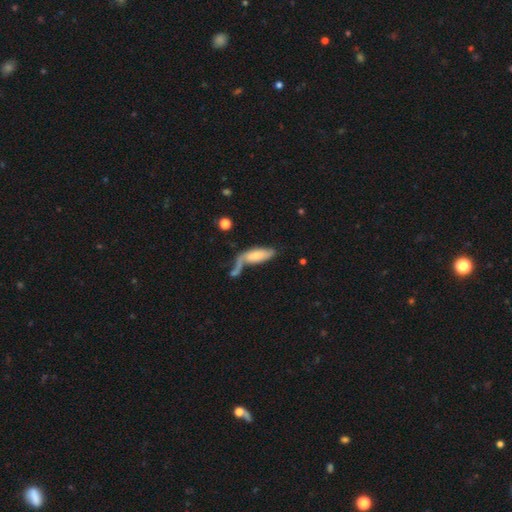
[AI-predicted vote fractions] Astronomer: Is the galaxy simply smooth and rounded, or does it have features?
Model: smooth — 65%.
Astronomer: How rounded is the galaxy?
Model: in between — 67%.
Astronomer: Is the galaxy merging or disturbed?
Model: merger — 36% (runner-up: none, 28%).